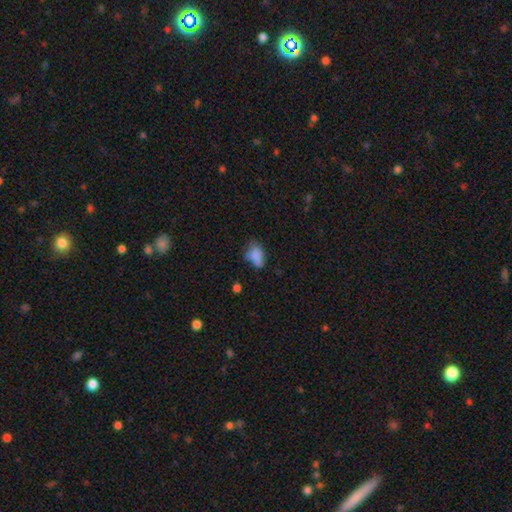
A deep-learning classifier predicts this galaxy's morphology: This is likely a smooth galaxy (77%). How rounded: clearly in between (85%). Merging: marginally none (42%).